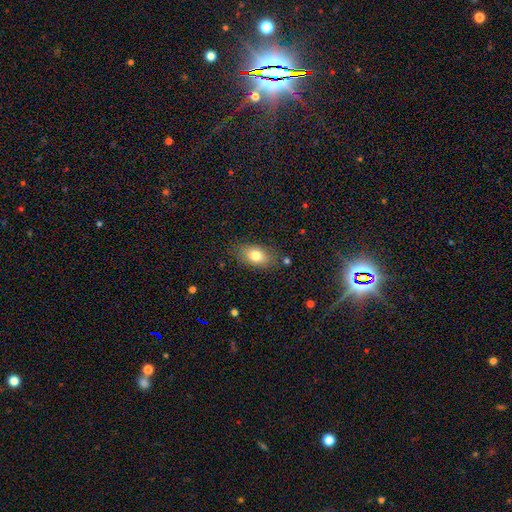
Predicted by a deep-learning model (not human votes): Smooth or featured: smooth — 77% (featured or disk — 14%)
How rounded: in between — 87% (round — 10%)
Merging: none — 80% (minor disturbance — 14%)